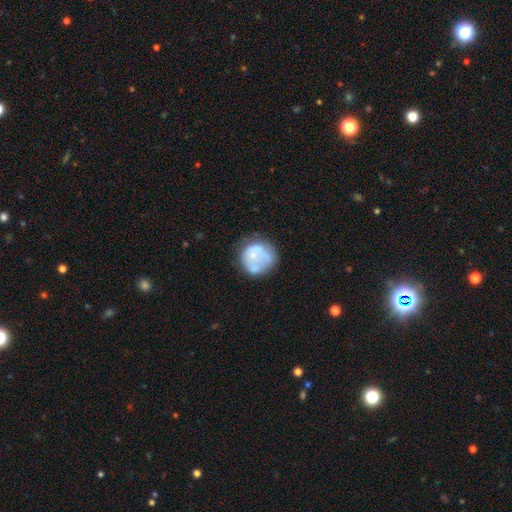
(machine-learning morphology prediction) smooth_or_featured: smooth (p=0.55) [alt: featured or disk p=0.37]
how_rounded: round (p=0.87) [alt: in between p=0.12]
merging: none (p=0.50) [alt: minor disturbance p=0.26]